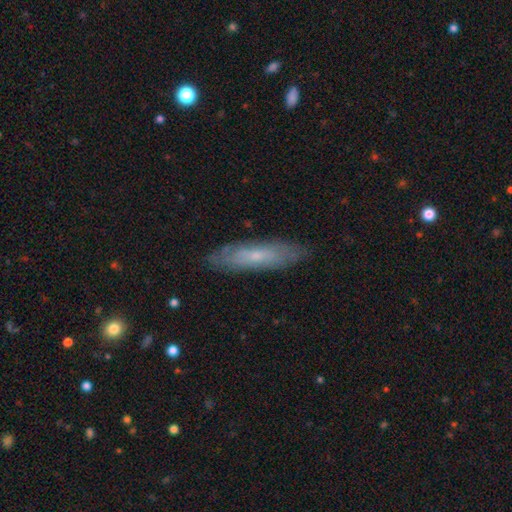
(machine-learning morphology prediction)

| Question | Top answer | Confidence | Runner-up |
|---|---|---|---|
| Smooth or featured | featured or disk | 47% | smooth (46%) |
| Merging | none | 82% | minor disturbance (14%) |